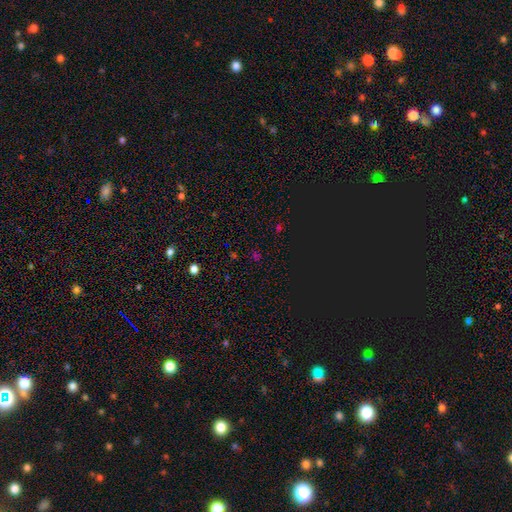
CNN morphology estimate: Overall: star or artifact (64%; smooth 29%).